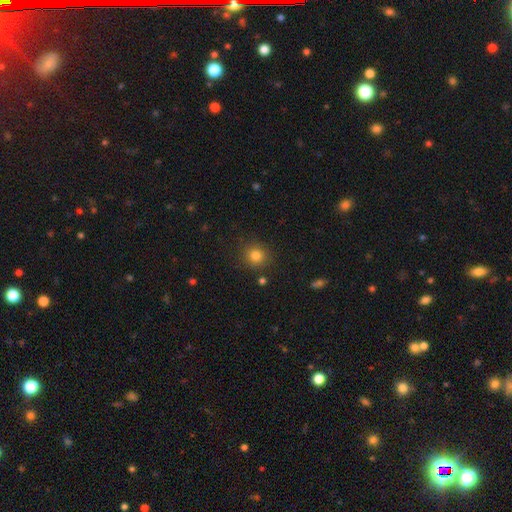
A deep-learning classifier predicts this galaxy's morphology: Smooth or featured? smooth (81%)
How rounded? round (89%)
Merging? none (86%)